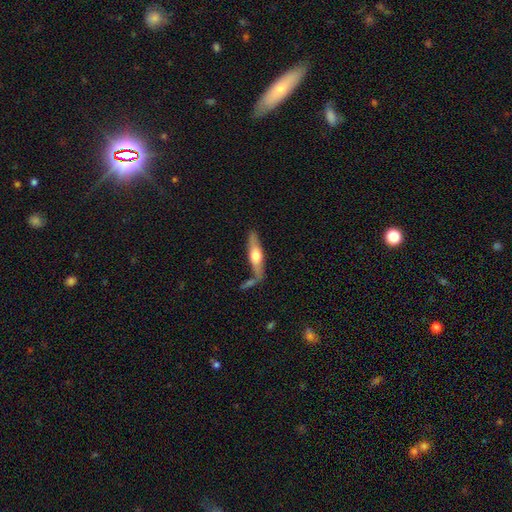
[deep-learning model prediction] Smooth or featured?
  - featured or disk: 54% *
  - smooth: 41%
  - star or artifact: 5%
Edge-on disk?
  - yes: 86% *
  - no: 14%
Merging?
  - none: 66% *
  - minor disturbance: 15%
  - merger: 13%
  - major disturbance: 5%